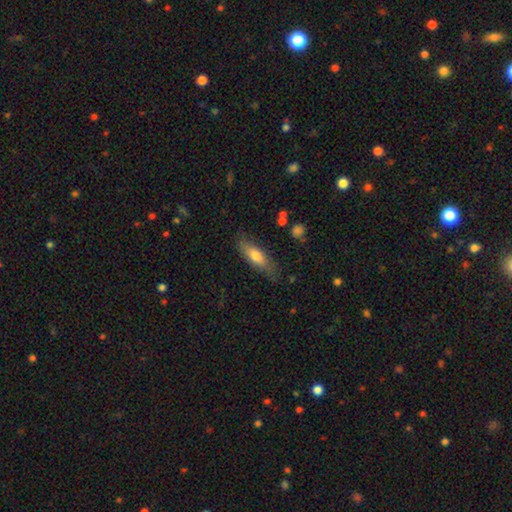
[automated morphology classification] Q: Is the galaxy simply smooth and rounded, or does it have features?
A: smooth — 69%.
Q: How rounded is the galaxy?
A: in between — 50%.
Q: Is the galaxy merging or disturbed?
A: none — 73%.